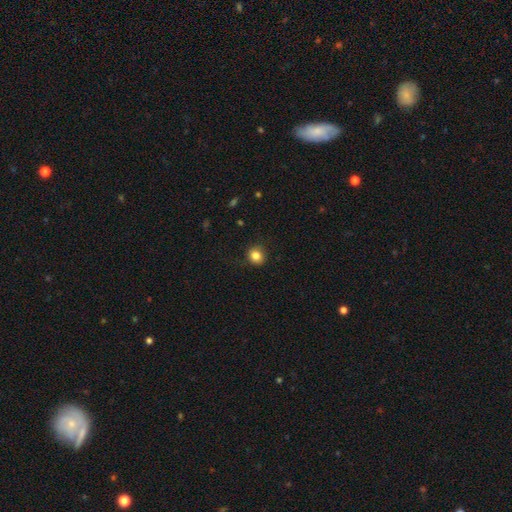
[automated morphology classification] A smooth galaxy with no disk features (83%) that is round (85%).

Vote fractions:
- Smooth or featured? smooth: 83% / star or artifact: 11% / featured or disk: 6%
- How rounded? round: 85% / in between: 14% / cigar-shaped: 1%
- Merging? none: 87% / minor disturbance: 9% / major disturbance: 3% / merger: 1%